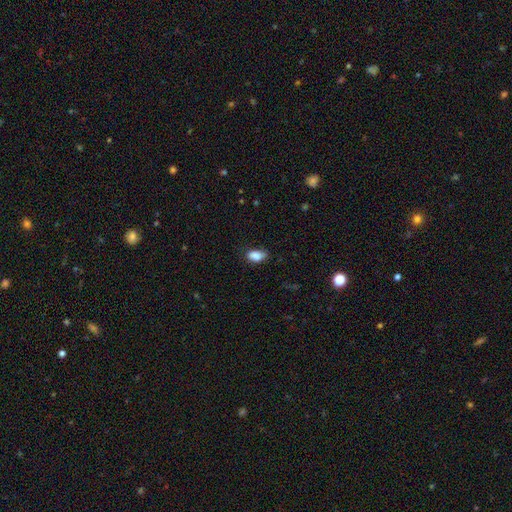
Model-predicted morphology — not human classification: This is clearly a smooth galaxy (85%). How rounded: clearly in between (89%). Merging: possibly none (59%).